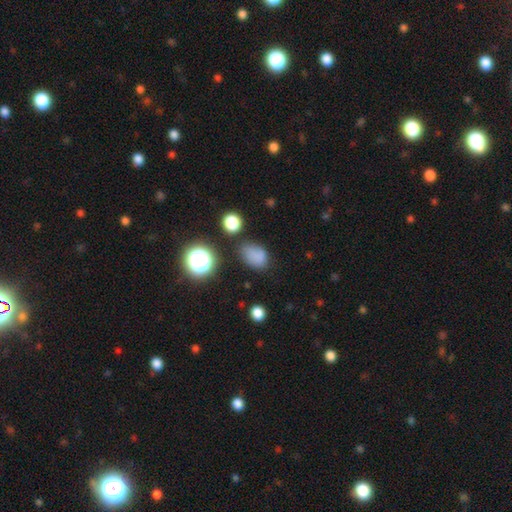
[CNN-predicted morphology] smooth_or_featured: smooth (p=0.76) [alt: star or artifact p=0.16]
how_rounded: in between (p=0.74) [alt: round p=0.24]
merging: none (p=0.58) [alt: minor disturbance p=0.25]